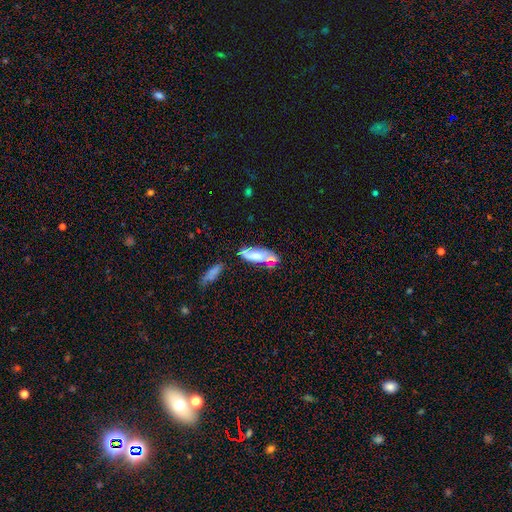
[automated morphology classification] This is possibly a featured or disk galaxy (46%, tied with smooth). Merging: marginally none (43%).